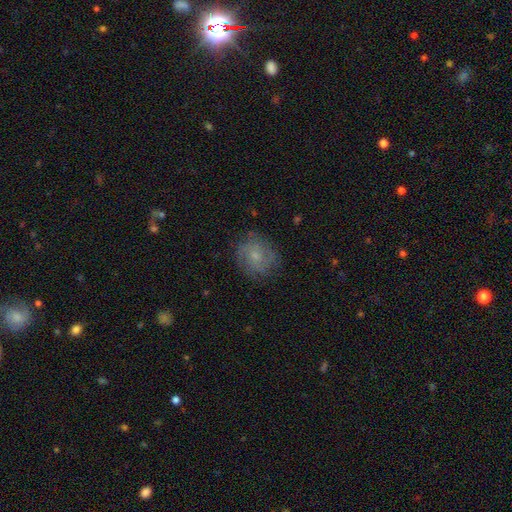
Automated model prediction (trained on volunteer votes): Smooth or featured: featured or disk — 49% (smooth — 42%)
Merging: none — 76% (minor disturbance — 17%)